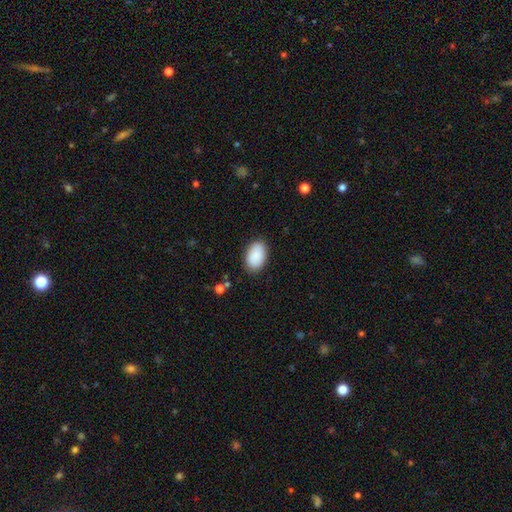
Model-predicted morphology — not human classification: Smooth or featured? Predicted: smooth (p=0.90). How rounded? Predicted: in between (p=0.92). Merging? Predicted: none (p=0.87).